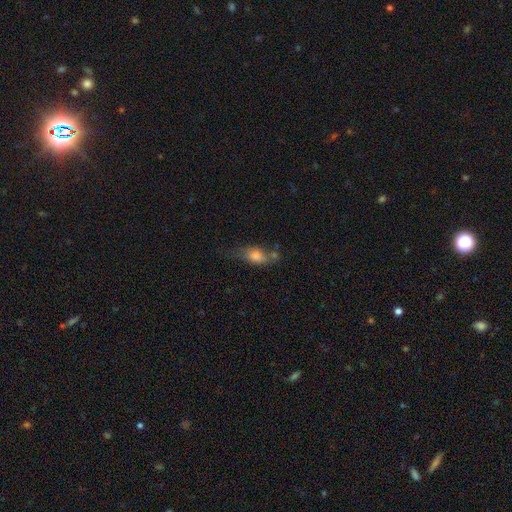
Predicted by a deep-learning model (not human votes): smooth-or-featured: smooth: 71% | featured or disk: 19% | star or artifact: 10%
  how-rounded: in between: 73% | round: 16% | cigar-shaped: 11%
  merging: none: 37% | minor disturbance: 26% | merger: 20% | major disturbance: 16%